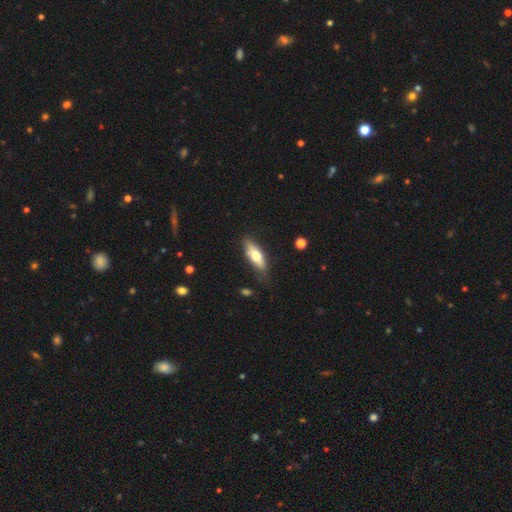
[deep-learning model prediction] smooth 59%, featured or disk 35%, star or artifact 6%. Down the decision tree: how rounded — in between (59%); merging — none (76%).